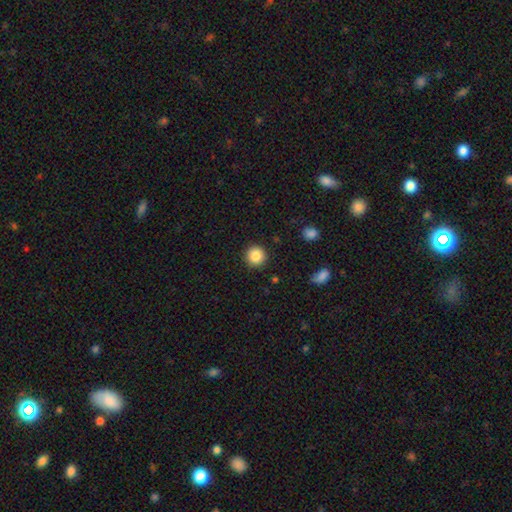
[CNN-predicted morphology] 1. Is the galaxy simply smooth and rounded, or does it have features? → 86% smooth, 9% star or artifact, 4% featured or disk.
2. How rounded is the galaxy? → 94% round, 5% in between, 1% cigar-shaped.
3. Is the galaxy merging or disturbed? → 92% none, 5% minor disturbance, 2% major disturbance, 1% merger.